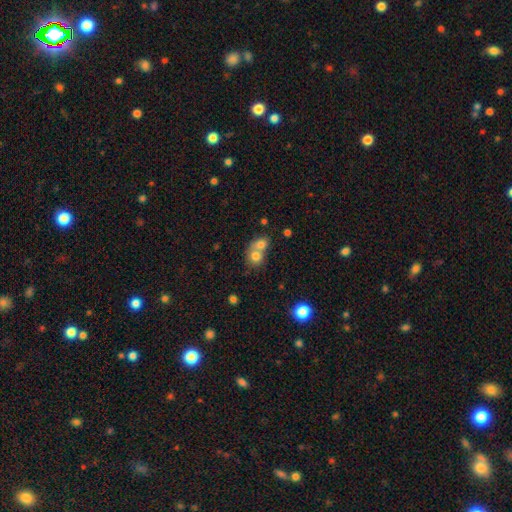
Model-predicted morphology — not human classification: This appears to be a smooth galaxy with no disk features (75%) that is round (73%). Merging: merger (66%).